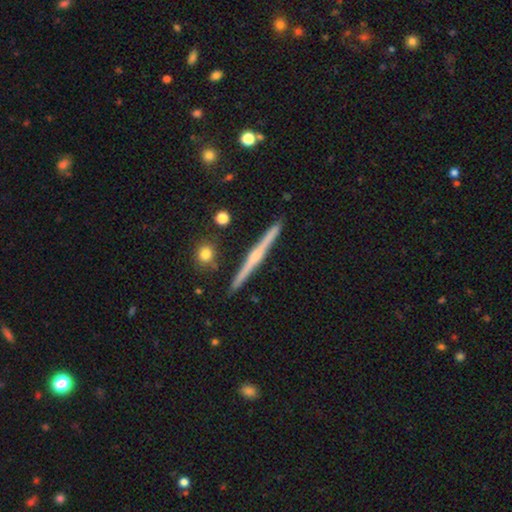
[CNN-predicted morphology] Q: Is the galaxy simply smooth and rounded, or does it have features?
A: featured or disk — 77%.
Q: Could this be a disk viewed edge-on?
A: yes — 99%.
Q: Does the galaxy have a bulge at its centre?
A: rounded — 71%.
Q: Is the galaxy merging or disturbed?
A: none — 92%.